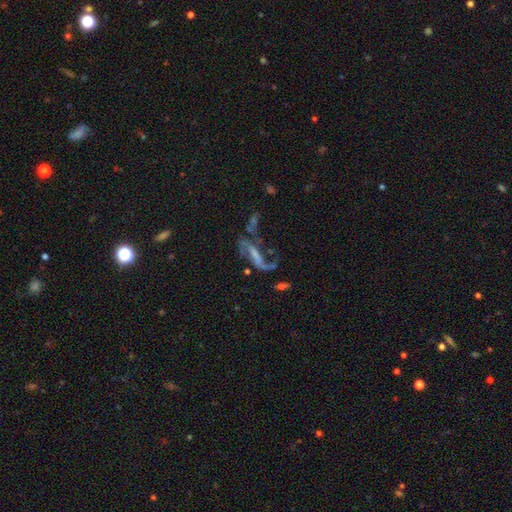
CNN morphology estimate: Smooth or featured? featured or disk (68%)
Edge-on disk? no (83%)
Bar? no (34%)
Spiral arms? yes (69%)
Bulge size? none (45%)
Merging? major disturbance (35%)